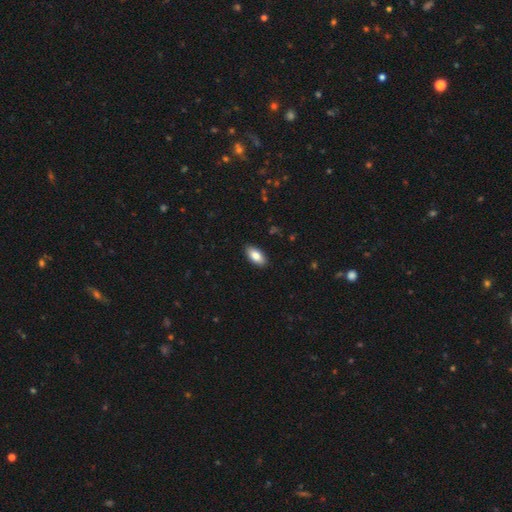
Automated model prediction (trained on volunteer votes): This appears to be a smooth galaxy with no disk features (84%) that is in between round and cigar-shaped (91%). Merging: none (90%).